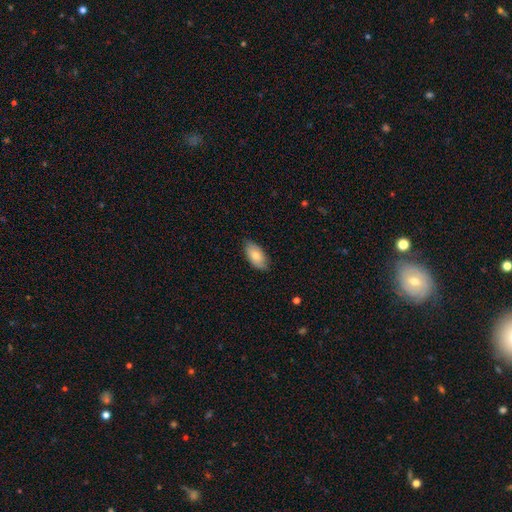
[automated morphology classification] Smooth or featured? Predicted: smooth (p=0.78). How rounded? Predicted: in between (p=0.93). Merging? Predicted: none (p=0.83).